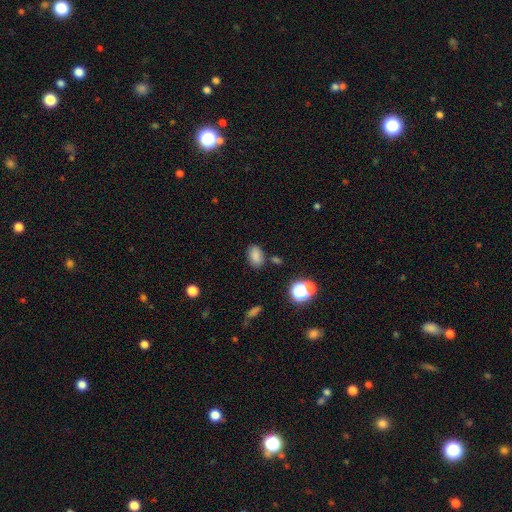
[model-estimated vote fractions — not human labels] This appears to be a smooth galaxy with no disk features (80%) that is in between round and cigar-shaped (85%). Merging: none (78%).